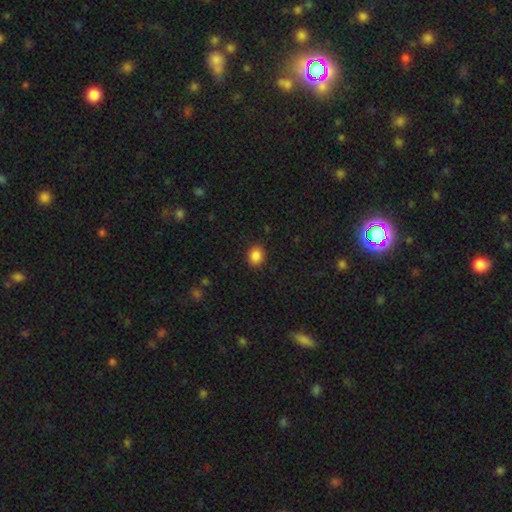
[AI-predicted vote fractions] This is clearly a smooth galaxy (87%). How rounded: likely round (61%). Merging: clearly none (89%).